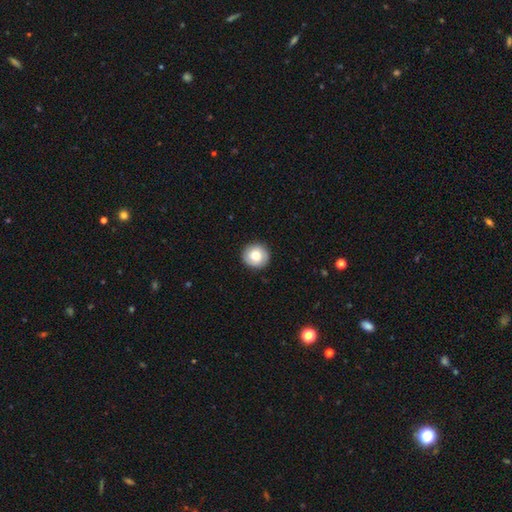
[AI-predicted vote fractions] Smooth or featured?
  - smooth: 77% *
  - featured or disk: 15%
  - star or artifact: 8%
How rounded?
  - round: 92% *
  - in between: 7%
  - cigar-shaped: 1%
Merging?
  - none: 90% *
  - minor disturbance: 7%
  - major disturbance: 2%
  - merger: 1%